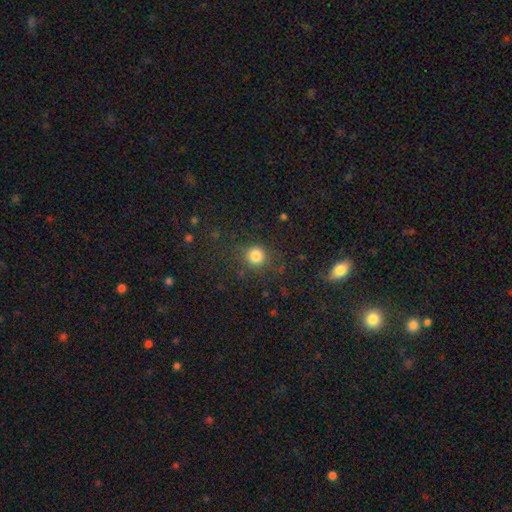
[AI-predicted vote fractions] Overall: smooth (82%). How rounded: round (90%). Merging: none (81%).